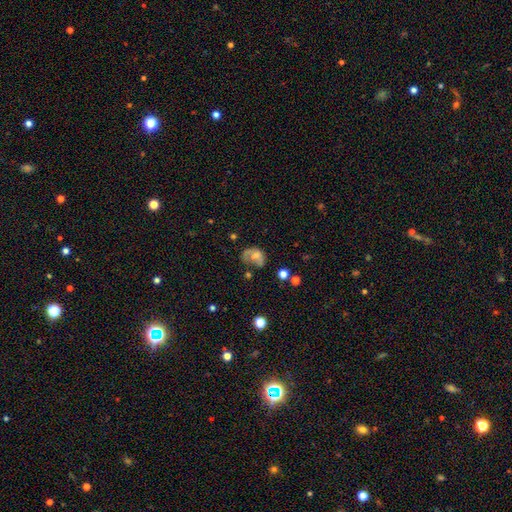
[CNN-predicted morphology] Smooth or featured? smooth (49%)
Merging? major disturbance (40%)